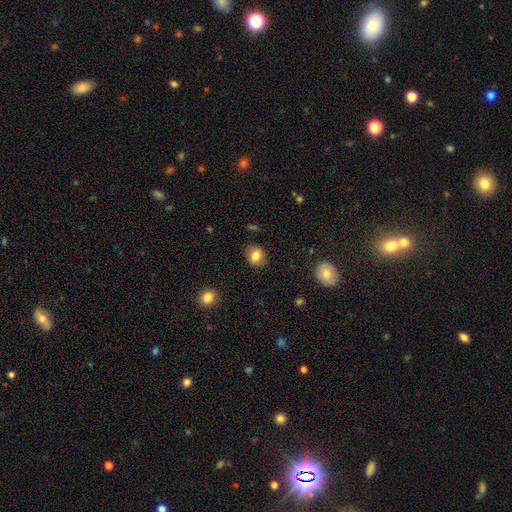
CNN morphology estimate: A smooth galaxy with no disk features (82%) that is round (60%). Merging: none (85%).